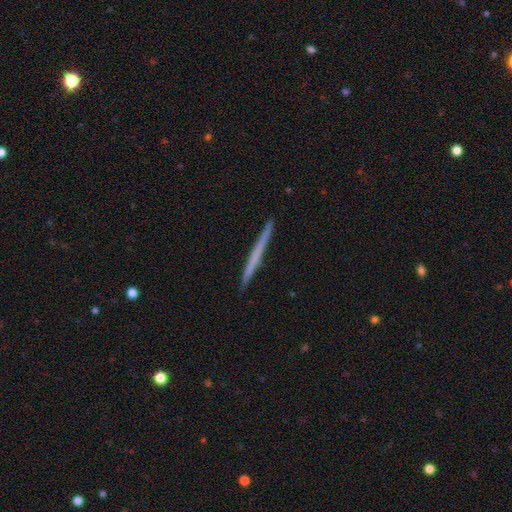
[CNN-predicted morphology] type=featured or disk (50%); merging=none (93%).